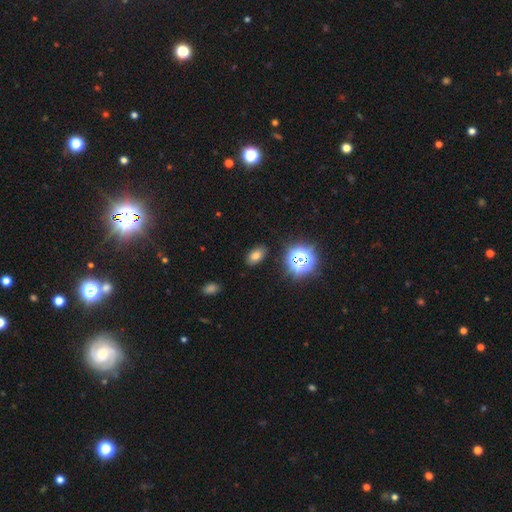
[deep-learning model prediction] Smooth or featured? Predicted: smooth (p=0.71). How rounded? Predicted: in between (p=0.86). Merging? Predicted: none (p=0.86).